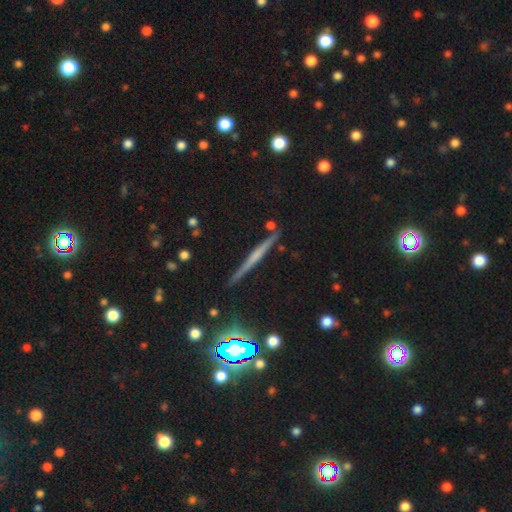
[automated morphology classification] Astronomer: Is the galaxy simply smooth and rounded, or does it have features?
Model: featured or disk — 58%.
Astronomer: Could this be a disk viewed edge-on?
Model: yes — 96%.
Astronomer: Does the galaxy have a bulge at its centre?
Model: none — 59%.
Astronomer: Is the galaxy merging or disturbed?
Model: none — 86%.